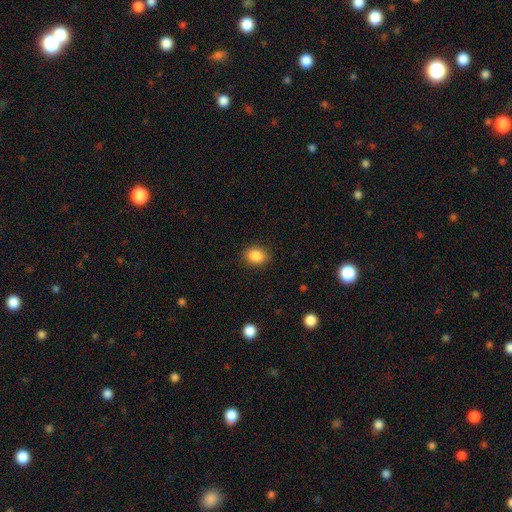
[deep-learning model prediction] This appears to be a smooth galaxy with no disk features (87%) that is round (51%). Merging: none (88%).